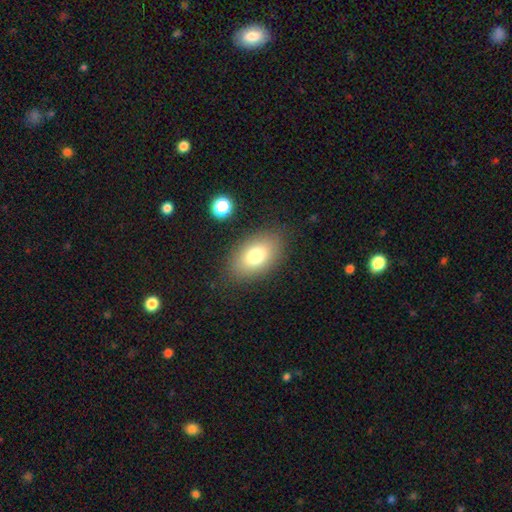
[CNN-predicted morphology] smooth-or-featured: smooth: 77% | featured or disk: 12% | star or artifact: 11%
  how-rounded: in between: 87% | round: 11% | cigar-shaped: 1%
  merging: none: 84% | minor disturbance: 10% | major disturbance: 4% | merger: 2%